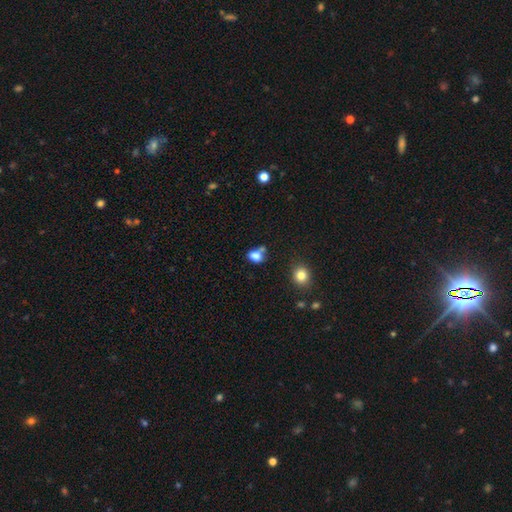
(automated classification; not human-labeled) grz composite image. It shows a smooth galaxy with no disk features (81%) that is in between round and cigar-shaped (73%). Merging: none (45%).